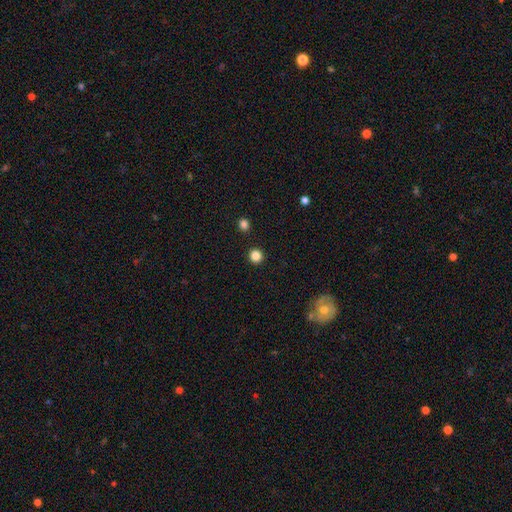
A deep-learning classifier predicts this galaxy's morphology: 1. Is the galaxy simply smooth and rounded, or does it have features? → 85% smooth, 12% star or artifact, 4% featured or disk.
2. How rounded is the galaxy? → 92% round, 7% in between, 1% cigar-shaped.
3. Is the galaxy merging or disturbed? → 91% none, 5% minor disturbance, 2% merger, 2% major disturbance.